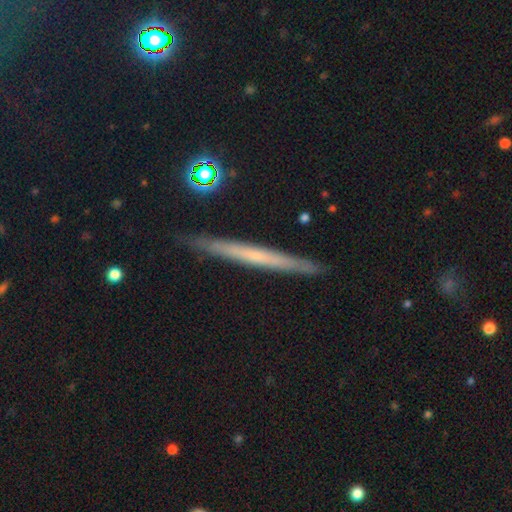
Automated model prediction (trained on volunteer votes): Smooth or featured? featured or disk (54%)
Edge-on disk? yes (96%)
Edge-on bulge? none (81%)
Merging? none (89%)